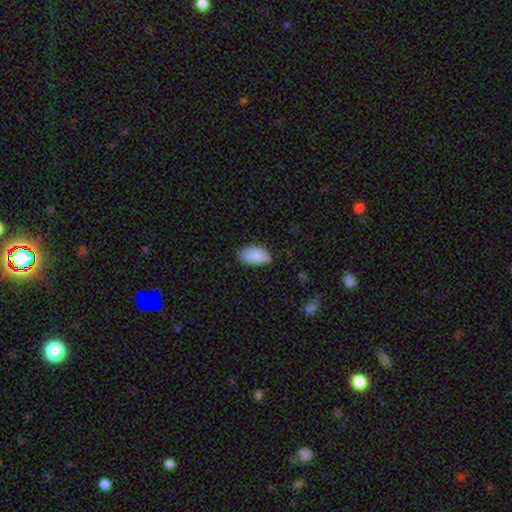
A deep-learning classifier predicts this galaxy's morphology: A smooth galaxy with no disk features (87%) that is in between round and cigar-shaped (94%).

Vote fractions:
- Smooth or featured? smooth: 87% / star or artifact: 7% / featured or disk: 6%
- How rounded? in between: 94% / round: 4% / cigar-shaped: 2%
- Merging? none: 64% / minor disturbance: 30% / major disturbance: 5% / merger: 2%